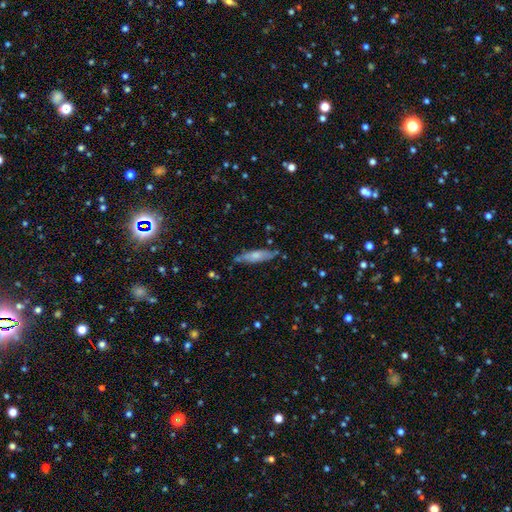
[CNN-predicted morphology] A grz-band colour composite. It shows a smooth galaxy with no disk features (62%) that is cigar-shaped (58%). Merging: none (70%).